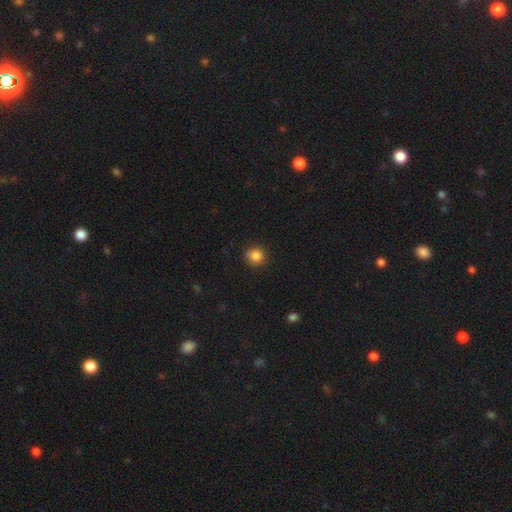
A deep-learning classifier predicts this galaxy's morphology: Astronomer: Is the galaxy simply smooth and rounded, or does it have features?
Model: smooth — 85%.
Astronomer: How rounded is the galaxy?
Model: round — 88%.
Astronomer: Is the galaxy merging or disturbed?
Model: none — 88%.